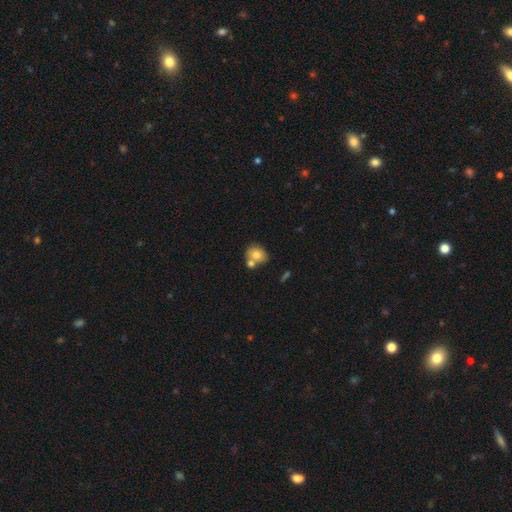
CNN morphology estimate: smooth-or-featured: smooth: 77% | featured or disk: 15% | star or artifact: 9%
  how-rounded: round: 57% | in between: 42% | cigar-shaped: 1%
  merging: none: 47% | merger: 37% | minor disturbance: 12% | major disturbance: 4%